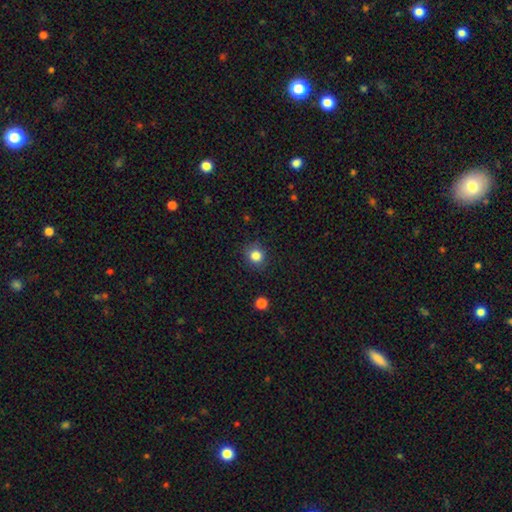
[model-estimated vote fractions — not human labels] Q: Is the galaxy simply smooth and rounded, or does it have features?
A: smooth — 84%.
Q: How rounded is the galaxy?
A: round — 85%.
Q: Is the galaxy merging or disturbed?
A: none — 87%.